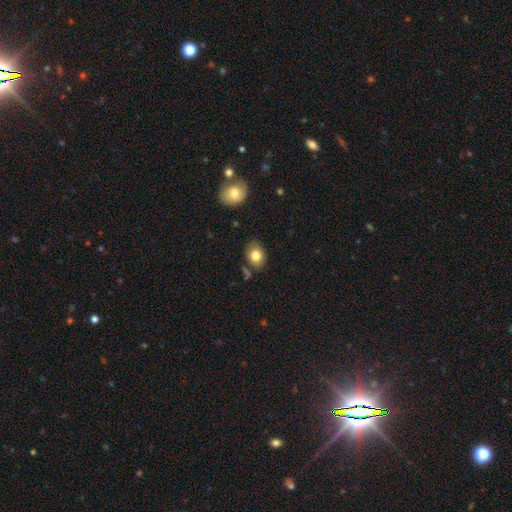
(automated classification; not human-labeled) smooth 80%, featured or disk 11%, star or artifact 8%. Down the decision tree: how rounded — in between (69%); merging — none (77%).